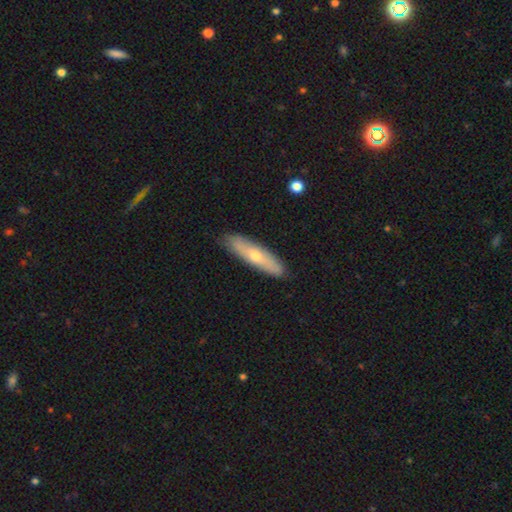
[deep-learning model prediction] This is possibly a smooth galaxy (55%). How rounded: likely cigar-shaped (74%). Merging: clearly none (87%).